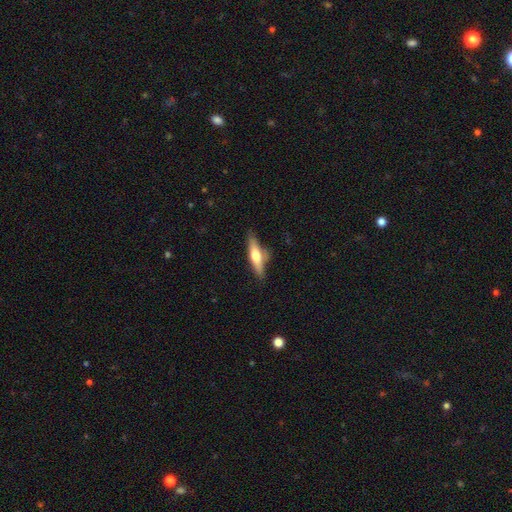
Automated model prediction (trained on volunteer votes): A featured or disk galaxy (48%). Merging: none (70%).